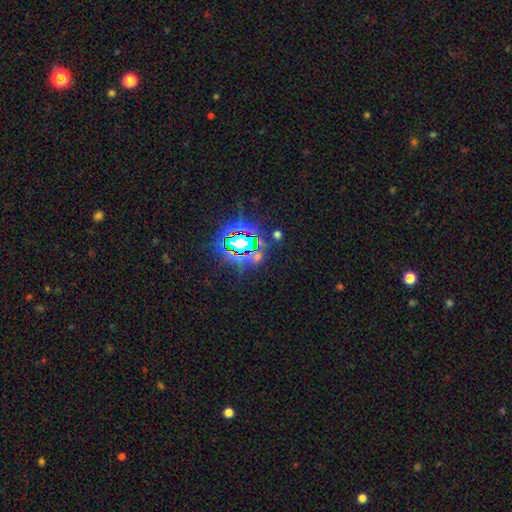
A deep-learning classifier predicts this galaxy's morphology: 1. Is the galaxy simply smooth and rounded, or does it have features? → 80% star or artifact, 12% smooth, 8% featured or disk.